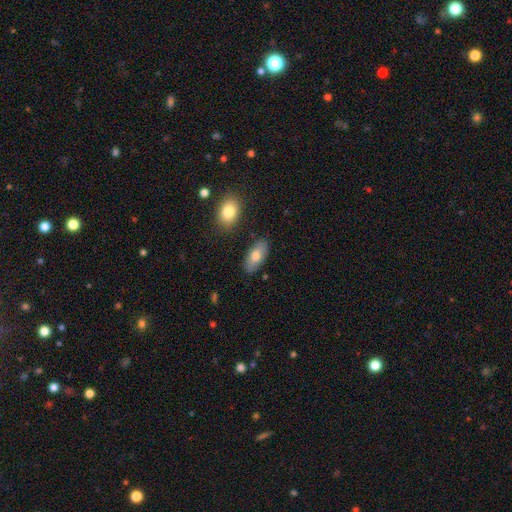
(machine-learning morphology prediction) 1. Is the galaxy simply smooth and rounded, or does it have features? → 76% smooth, 18% featured or disk, 7% star or artifact.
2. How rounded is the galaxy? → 88% in between, 9% cigar-shaped, 3% round.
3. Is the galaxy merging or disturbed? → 84% none, 11% minor disturbance, 3% merger, 2% major disturbance.